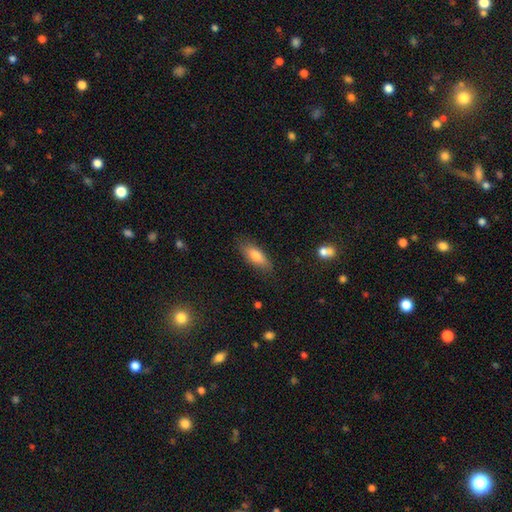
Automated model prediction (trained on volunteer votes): Morphology: type=smooth (75%); roundness=in between (70%); merging=none (80%).